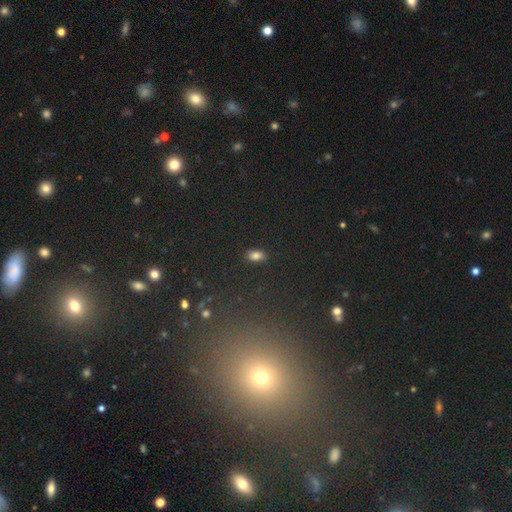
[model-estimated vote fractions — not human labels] Q: Smooth or featured?
A: smooth (80%); runner-up: star or artifact (13%)
Q: How rounded?
A: in between (88%); runner-up: round (9%)
Q: Merging?
A: none (87%); runner-up: minor disturbance (9%)